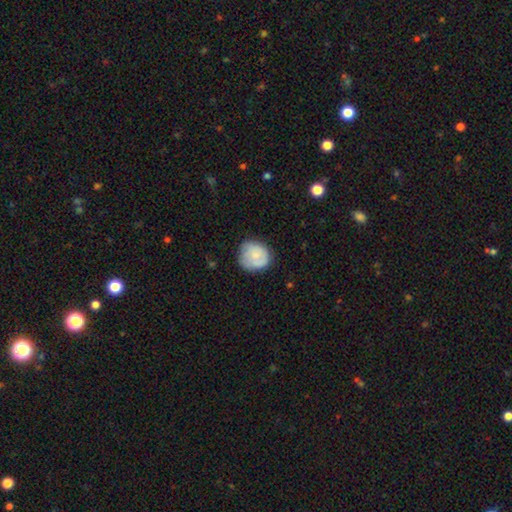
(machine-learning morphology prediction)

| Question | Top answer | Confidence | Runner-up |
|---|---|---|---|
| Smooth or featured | smooth | 73% | featured or disk (20%) |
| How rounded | round | 81% | in between (18%) |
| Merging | none | 66% | minor disturbance (25%) |